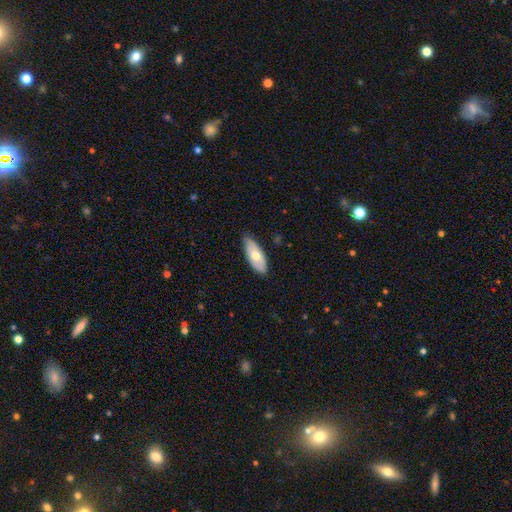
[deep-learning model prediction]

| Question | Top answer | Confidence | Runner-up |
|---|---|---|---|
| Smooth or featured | smooth | 60% | featured or disk (34%) |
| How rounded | in between | 84% | cigar-shaped (13%) |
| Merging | none | 75% | minor disturbance (21%) |